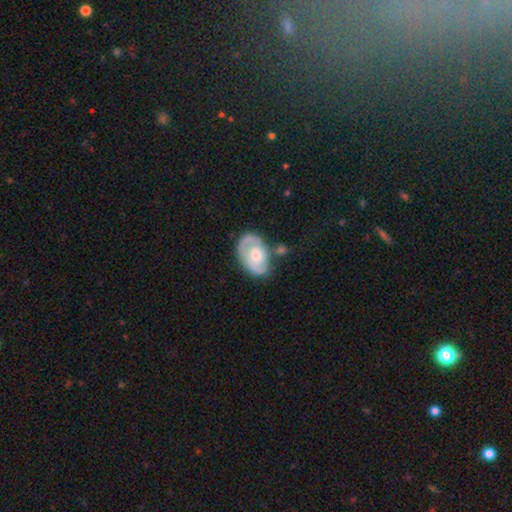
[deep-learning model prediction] Morphology: type=featured or disk (68%); edge-on=no (96%); bar=no (73%); spiral arms=yes (72%); bulge=moderate (62%); merging=none (60%).